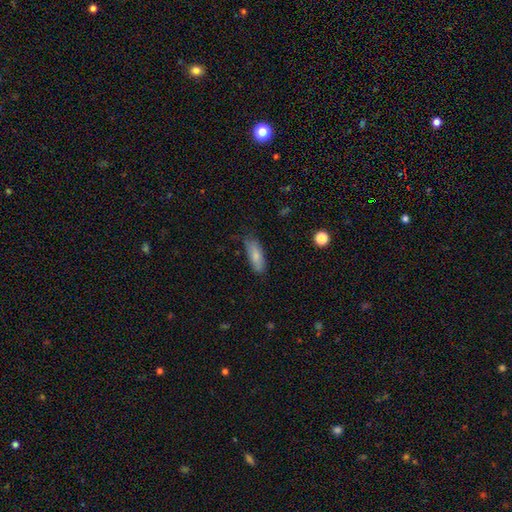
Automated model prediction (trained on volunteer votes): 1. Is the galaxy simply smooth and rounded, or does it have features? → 80% smooth, 13% featured or disk, 7% star or artifact.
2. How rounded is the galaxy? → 66% in between, 32% cigar-shaped, 2% round.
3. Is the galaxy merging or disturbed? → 72% none, 22% minor disturbance, 4% major disturbance, 2% merger.